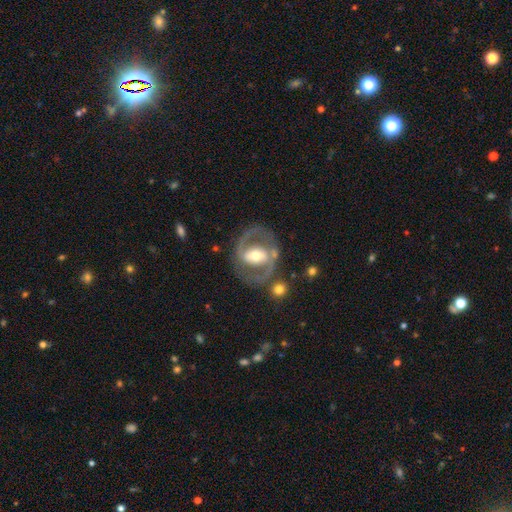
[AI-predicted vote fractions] A featured or disk galaxy (85%) with a strong bar (37%), 2 (89%) medium (57%) spiral arms (86%) and a moderate central bulge (67%). Merging: none (74%).